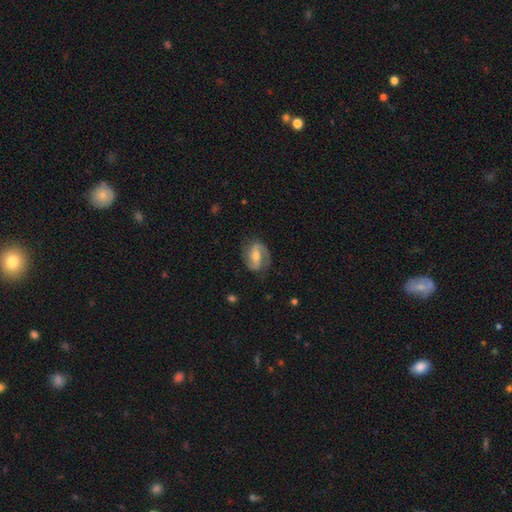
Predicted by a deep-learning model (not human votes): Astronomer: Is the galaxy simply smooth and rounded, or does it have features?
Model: featured or disk — 81%.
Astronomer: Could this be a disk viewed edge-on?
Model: no — 97%.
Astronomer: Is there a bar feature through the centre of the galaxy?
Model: weak — 40% (runner-up: strong, 39%).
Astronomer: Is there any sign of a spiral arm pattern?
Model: yes — 94%.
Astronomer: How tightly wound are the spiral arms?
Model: medium — 48% (runner-up: tight, 26%).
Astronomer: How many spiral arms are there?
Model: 2 — 82%.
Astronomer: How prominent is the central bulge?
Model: moderate — 59%.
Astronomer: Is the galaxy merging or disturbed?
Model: none — 75%.